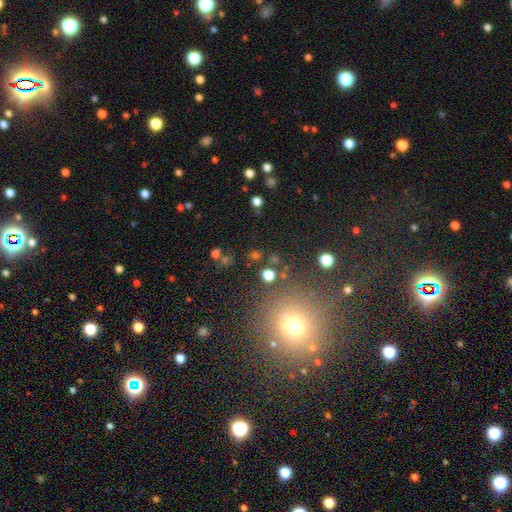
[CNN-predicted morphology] Smooth or featured? Predicted: smooth (p=0.45, tied with star or artifact). Merging? Predicted: none (p=0.81).